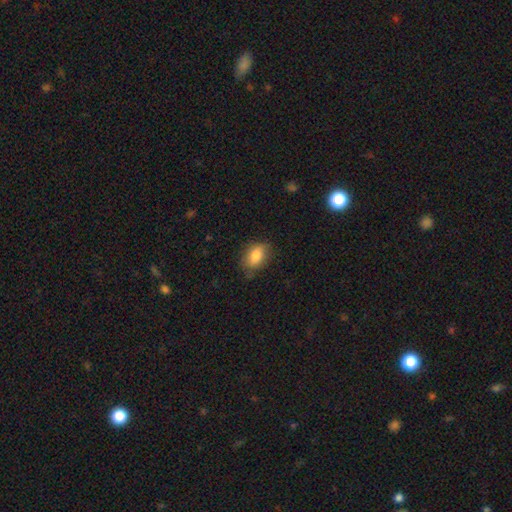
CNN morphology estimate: This is clearly a smooth galaxy (82%). How rounded: clearly in between (83%). Merging: likely none (75%).